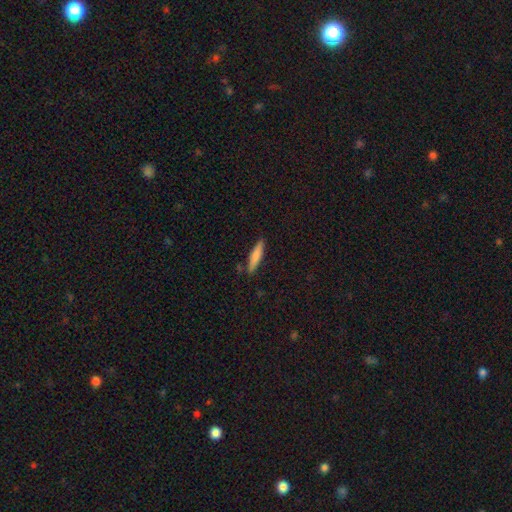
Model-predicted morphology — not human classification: Smooth or featured?
  - smooth: 77% *
  - featured or disk: 17%
  - star or artifact: 6%
How rounded?
  - cigar-shaped: 84% *
  - in between: 14%
  - round: 1%
Merging?
  - none: 84% *
  - minor disturbance: 11%
  - merger: 3%
  - major disturbance: 2%